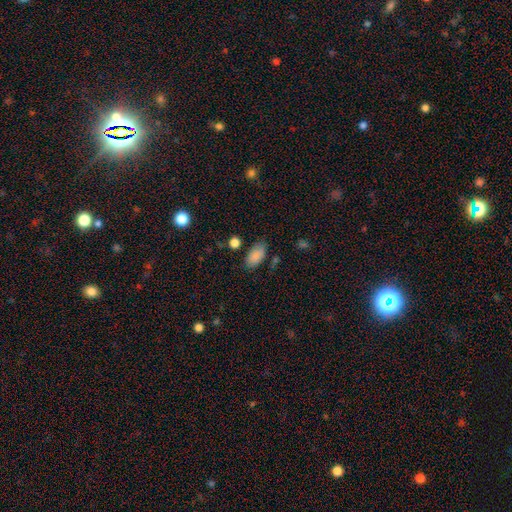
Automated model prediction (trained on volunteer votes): Smooth or featured? smooth (86%)
How rounded? in between (93%)
Merging? none (77%)